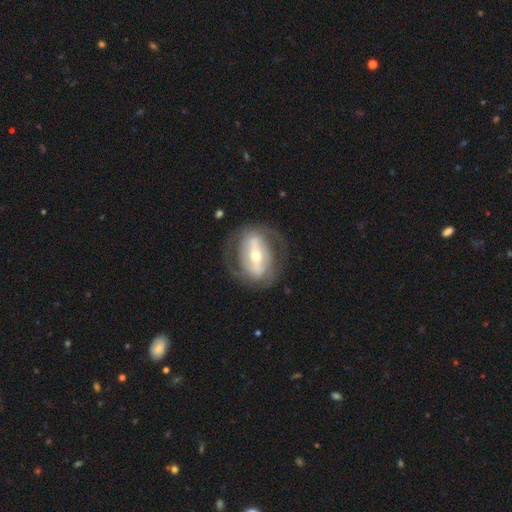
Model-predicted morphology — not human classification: The model was most divided on "bulge size": moderate: 49%, small: 44%, large: 4%, dominant: 1%, none: 1%. More confident: edge-on disk — no (90%); smooth or featured — featured or disk (78%); merging — none (71%); spiral arms — yes (67%); bar — strong (61%).